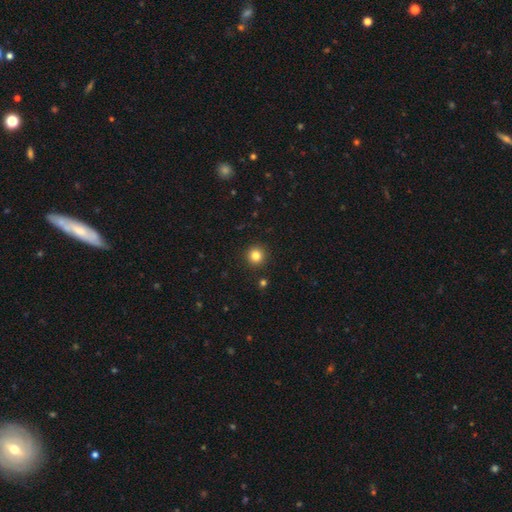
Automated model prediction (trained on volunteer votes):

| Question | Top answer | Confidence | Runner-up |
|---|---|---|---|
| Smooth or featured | smooth | 83% | star or artifact (12%) |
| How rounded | round | 95% | in between (4%) |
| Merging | none | 93% | minor disturbance (4%) |